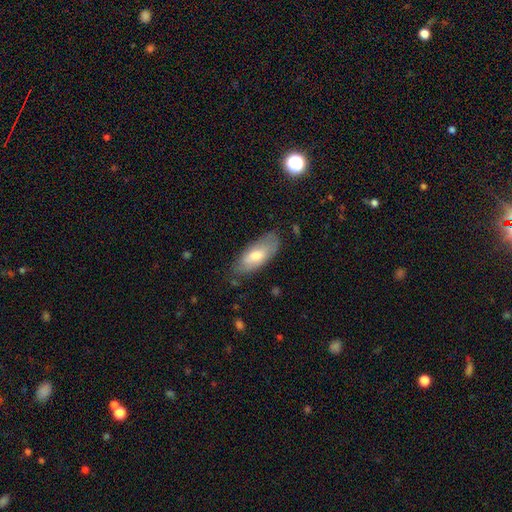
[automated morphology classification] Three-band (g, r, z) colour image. It shows a smooth galaxy with no disk features (69%) that is in between round and cigar-shaped (81%). Merging: none (72%).